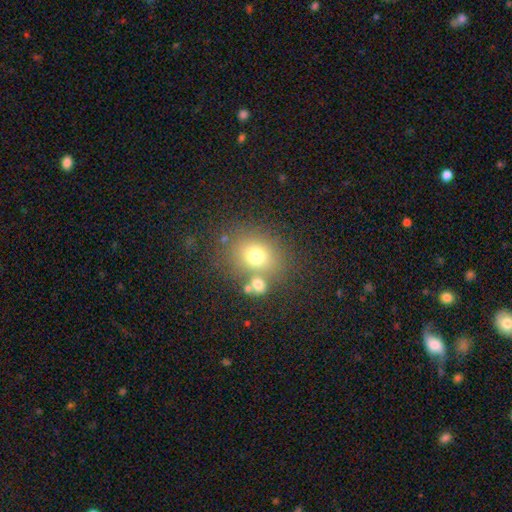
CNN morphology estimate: Smooth or featured? Predicted: smooth (p=0.71). How rounded? Predicted: round (p=0.66). Merging? Predicted: none (p=0.65).